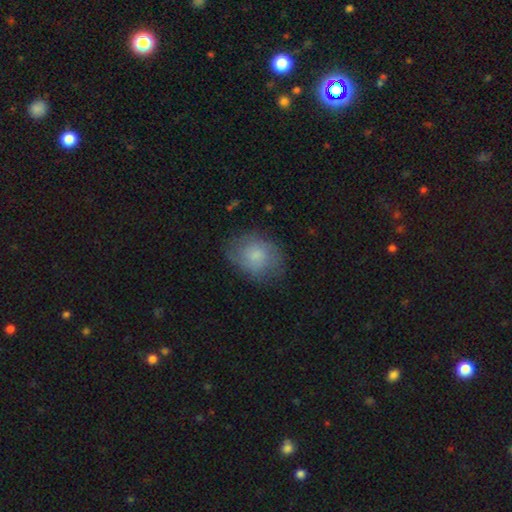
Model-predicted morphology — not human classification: This is likely a smooth galaxy (67%). How rounded: possibly in between (58%). Merging: likely none (66%).